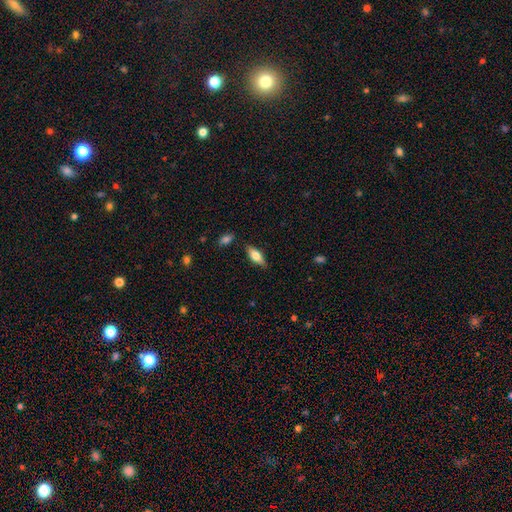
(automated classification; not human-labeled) The model was most divided on "smooth or featured": smooth: 68%, featured or disk: 25%, star or artifact: 7%. More confident: merging — none (82%); how rounded — in between (75%).